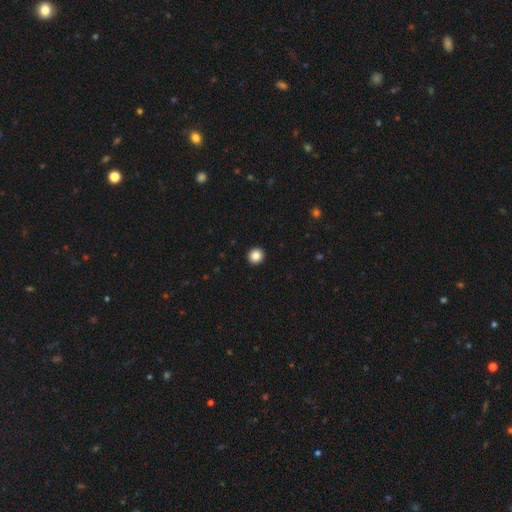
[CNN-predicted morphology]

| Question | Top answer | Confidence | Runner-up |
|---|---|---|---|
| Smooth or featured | smooth | 86% | star or artifact (10%) |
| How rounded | round | 92% | in between (7%) |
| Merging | none | 94% | minor disturbance (4%) |